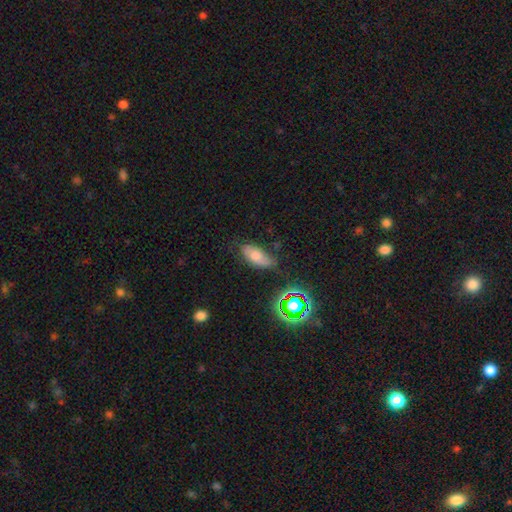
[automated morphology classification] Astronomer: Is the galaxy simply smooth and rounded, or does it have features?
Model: smooth — 64%.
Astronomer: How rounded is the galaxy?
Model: in between — 85%.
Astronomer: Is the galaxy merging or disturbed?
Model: none — 63%.